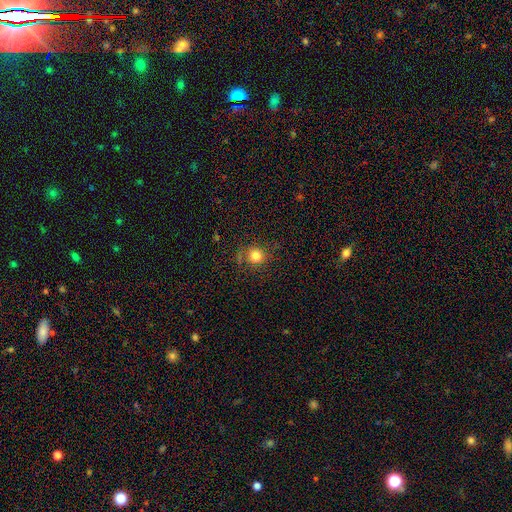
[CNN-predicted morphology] Smooth or featured? Predicted: smooth (p=0.79). How rounded? Predicted: round (p=0.90). Merging? Predicted: none (p=0.81).